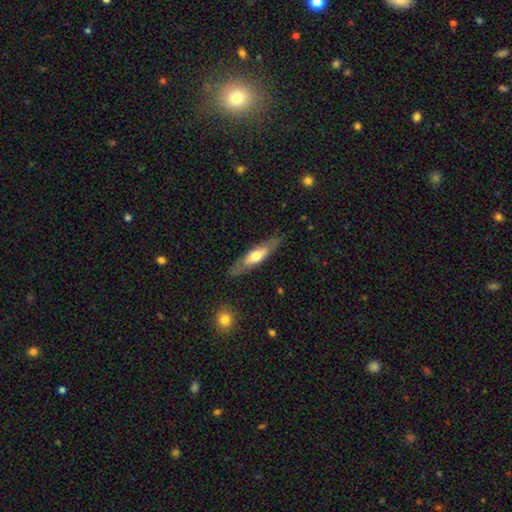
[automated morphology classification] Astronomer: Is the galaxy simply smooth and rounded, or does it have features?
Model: featured or disk — 48% (runner-up: smooth, 47%).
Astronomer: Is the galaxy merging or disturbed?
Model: none — 81%.